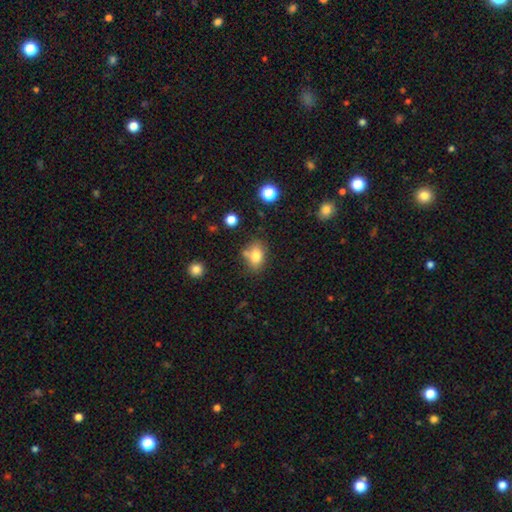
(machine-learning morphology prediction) type=smooth (78%); roundness=in between (75%); merging=none (65%).